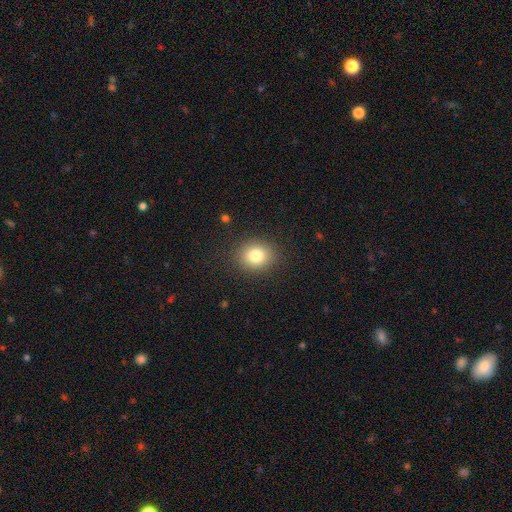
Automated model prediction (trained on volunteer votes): Smooth or featured? Predicted: smooth (p=0.80). How rounded? Predicted: round (p=0.72). Merging? Predicted: none (p=0.89).